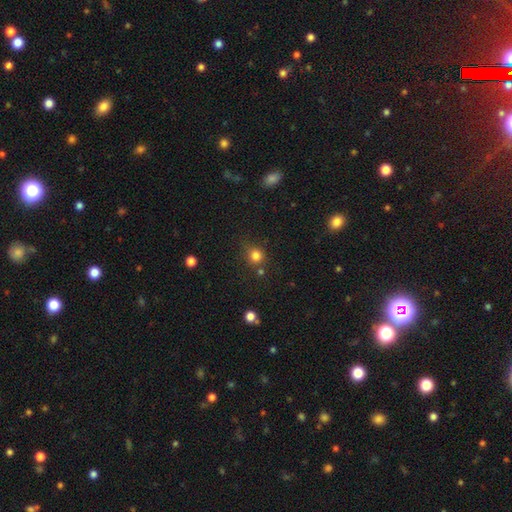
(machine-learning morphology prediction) smooth_or_featured: smooth (p=0.81) [alt: star or artifact p=0.14]
how_rounded: round (p=0.89) [alt: in between p=0.10]
merging: none (p=0.74) [alt: minor disturbance p=0.14]